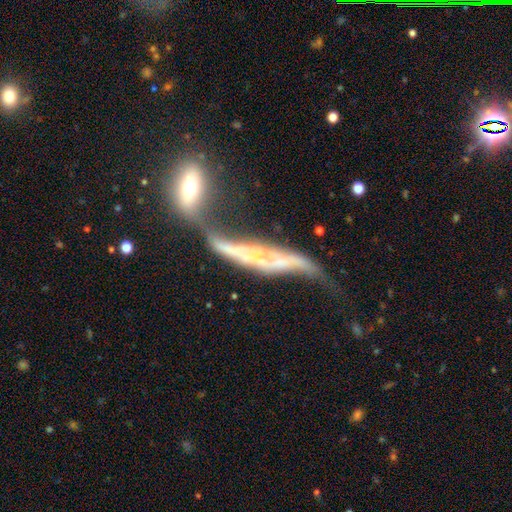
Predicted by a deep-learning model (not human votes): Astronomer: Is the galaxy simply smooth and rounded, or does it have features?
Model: featured or disk — 72%.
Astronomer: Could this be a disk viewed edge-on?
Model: no — 55% (runner-up: yes, 45%).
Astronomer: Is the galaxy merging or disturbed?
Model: merger — 47%.